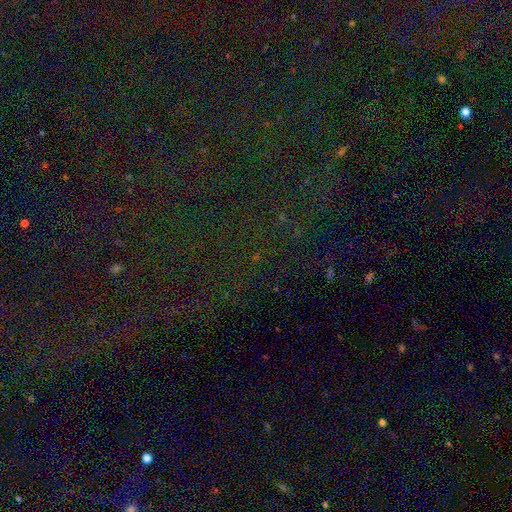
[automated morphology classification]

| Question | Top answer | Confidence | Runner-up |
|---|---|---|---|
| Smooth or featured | star or artifact | 82% | smooth (9%) |